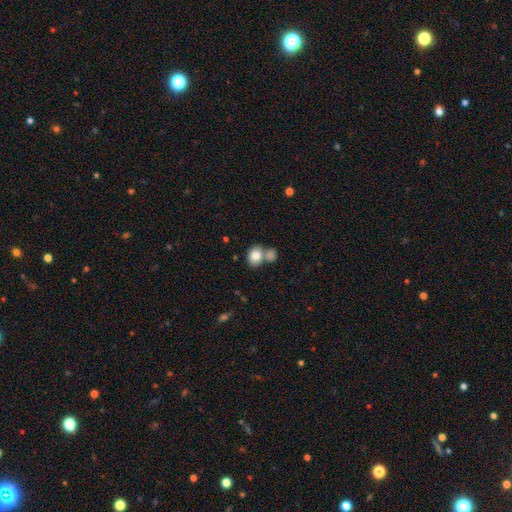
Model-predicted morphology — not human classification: smooth_or_featured: smooth (p=0.81) [alt: featured or disk p=0.10]
how_rounded: round (p=0.55) [alt: in between p=0.44]
merging: none (p=0.46) [alt: merger p=0.41]